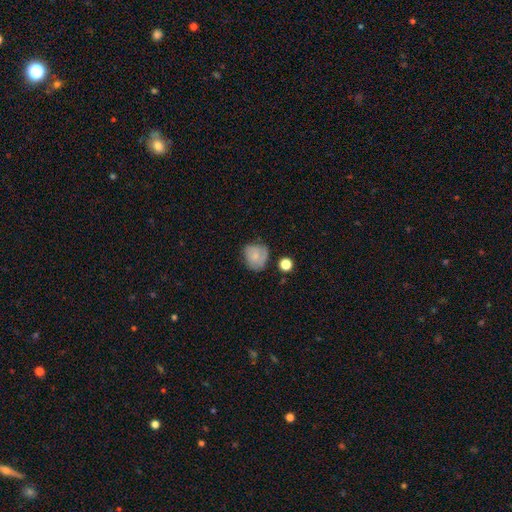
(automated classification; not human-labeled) The model was most divided on "merging": none: 56%, minor disturbance: 29%, major disturbance: 11%, merger: 4%. More confident: how rounded — round (71%); smooth or featured — smooth (63%).